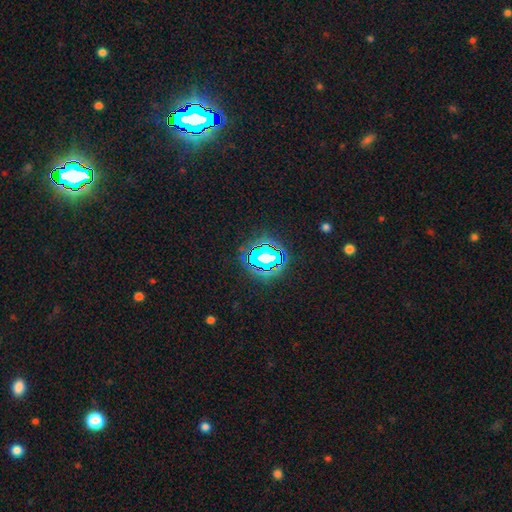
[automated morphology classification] Overall: star or artifact (83%).